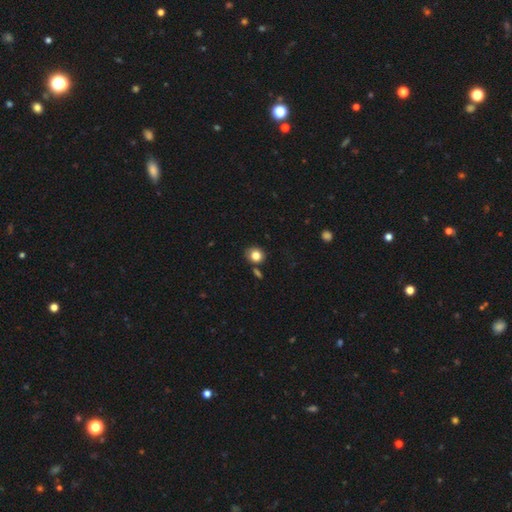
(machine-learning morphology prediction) Overall: smooth (83%). How rounded: round (78%). Merging: none (74%).